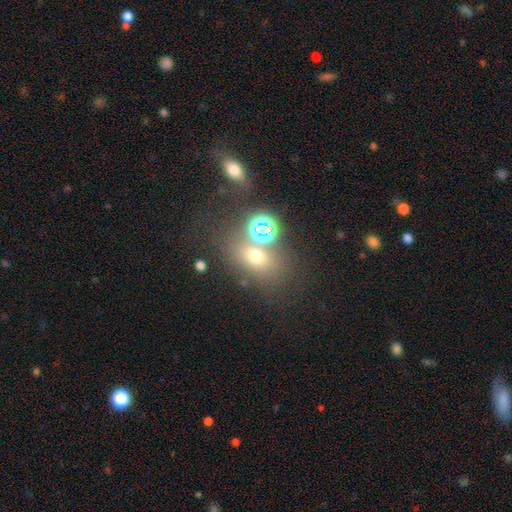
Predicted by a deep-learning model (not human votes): Overall: smooth (58%; star or artifact 28%). How rounded: in between (55%; round 42%). Merging: none (58%; merger 22%).